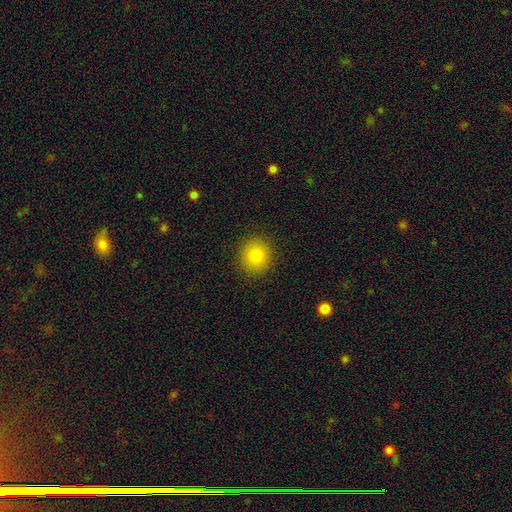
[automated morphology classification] Smooth or featured: smooth — 82% (star or artifact — 11%)
How rounded: round — 88% (in between — 11%)
Merging: none — 91% (minor disturbance — 6%)